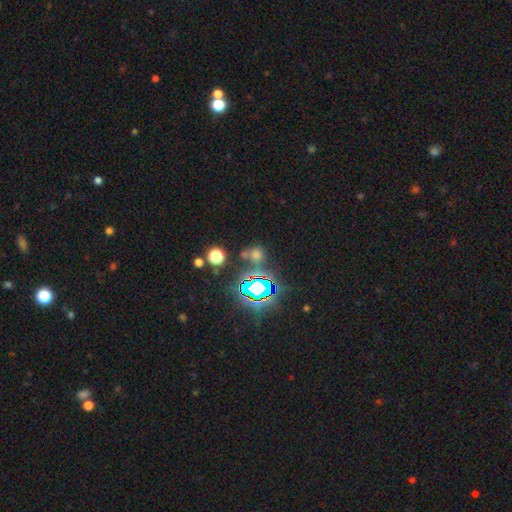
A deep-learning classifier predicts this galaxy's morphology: Smooth or featured? star or artifact (58%)